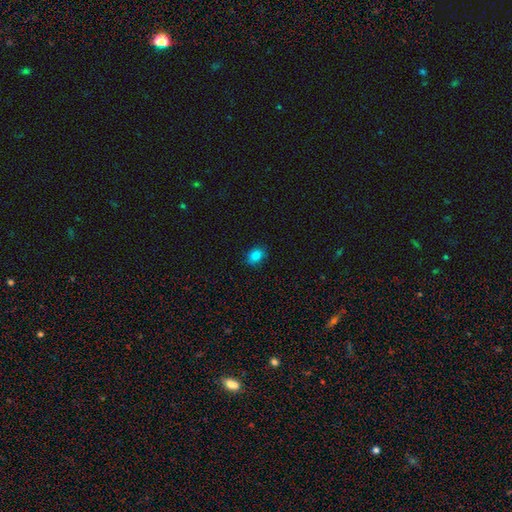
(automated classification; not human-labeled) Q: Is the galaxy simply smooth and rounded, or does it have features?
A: smooth — 85%.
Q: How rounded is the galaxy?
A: in between — 71%.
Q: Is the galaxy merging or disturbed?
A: none — 85%.